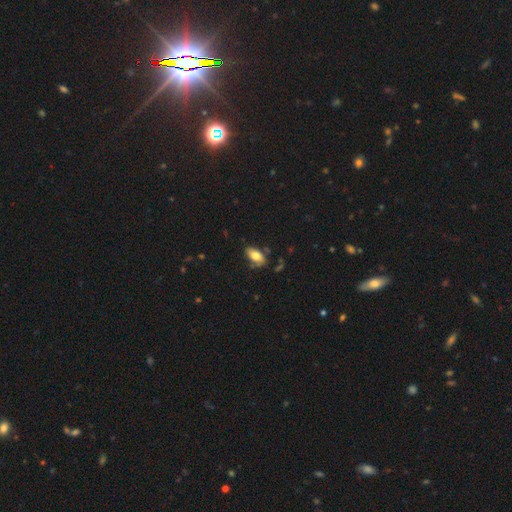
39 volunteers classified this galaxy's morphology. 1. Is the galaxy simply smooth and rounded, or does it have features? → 77% smooth, 18% featured or disk, 5% star or artifact.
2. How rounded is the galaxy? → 90% in between, 7% round, 3% cigar-shaped.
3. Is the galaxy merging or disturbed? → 54% none, 27% minor disturbance, 14% major disturbance, 5% merger.